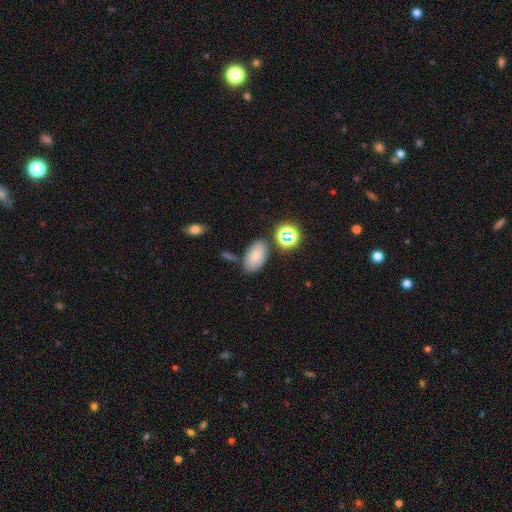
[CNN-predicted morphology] Smooth or featured?
  - smooth: 76% *
  - featured or disk: 13%
  - star or artifact: 12%
How rounded?
  - in between: 93% *
  - round: 6%
  - cigar-shaped: 2%
Merging?
  - none: 73% *
  - minor disturbance: 16%
  - merger: 7%
  - major disturbance: 4%